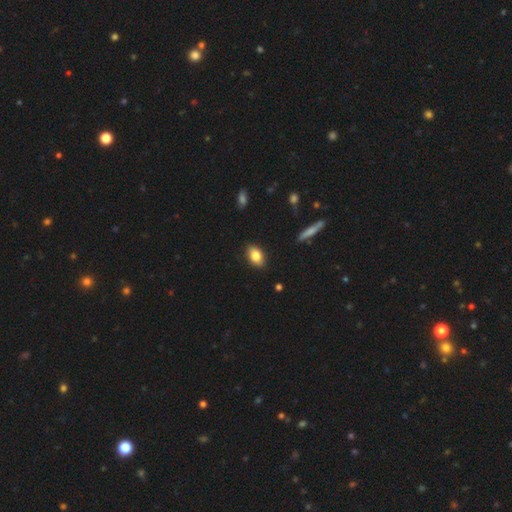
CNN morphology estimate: This is clearly a smooth galaxy (82%). How rounded: clearly in between (89%). Merging: clearly none (88%).